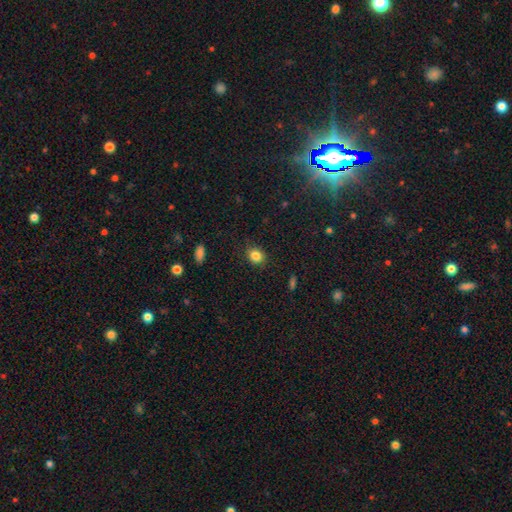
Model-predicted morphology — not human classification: Q: Smooth or featured?
A: smooth (84%); runner-up: star or artifact (11%)
Q: How rounded?
A: round (61%); runner-up: in between (38%)
Q: Merging?
A: none (87%); runner-up: minor disturbance (10%)